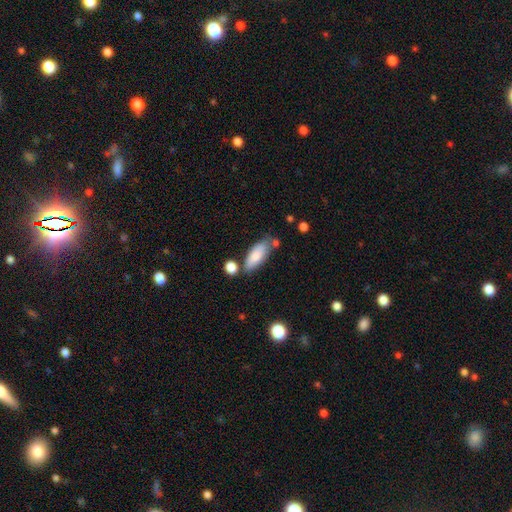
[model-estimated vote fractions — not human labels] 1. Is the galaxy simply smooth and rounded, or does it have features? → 81% smooth, 13% featured or disk, 6% star or artifact.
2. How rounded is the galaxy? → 78% in between, 20% cigar-shaped, 2% round.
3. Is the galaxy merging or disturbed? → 64% none, 19% minor disturbance, 13% merger, 5% major disturbance.